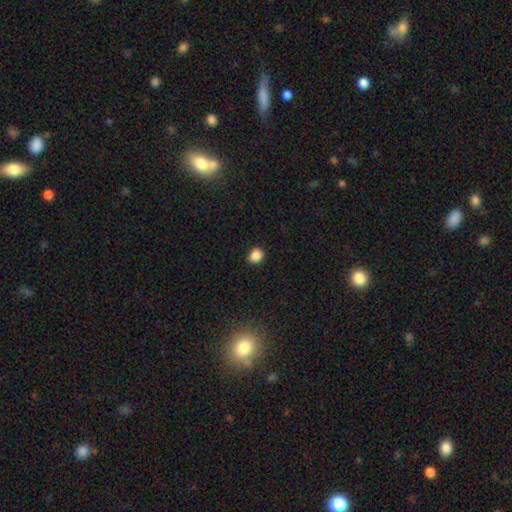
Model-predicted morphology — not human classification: Overall: smooth (86%). How rounded: round (58%; in between 41%). Merging: none (89%).